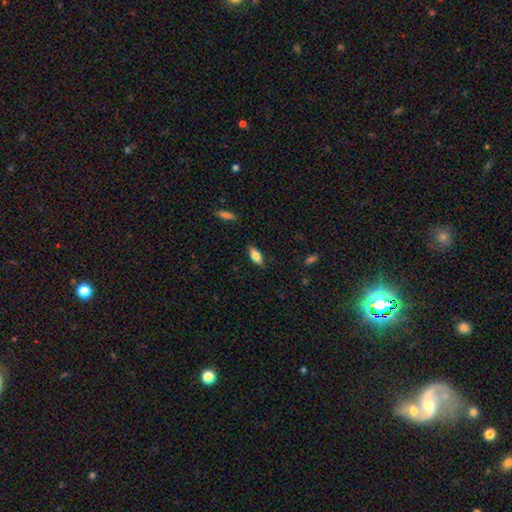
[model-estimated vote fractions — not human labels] Smooth or featured?
  - smooth: 77% *
  - featured or disk: 15%
  - star or artifact: 7%
How rounded?
  - in between: 83% *
  - cigar-shaped: 15%
  - round: 2%
Merging?
  - none: 86% *
  - minor disturbance: 11%
  - major disturbance: 2%
  - merger: 1%